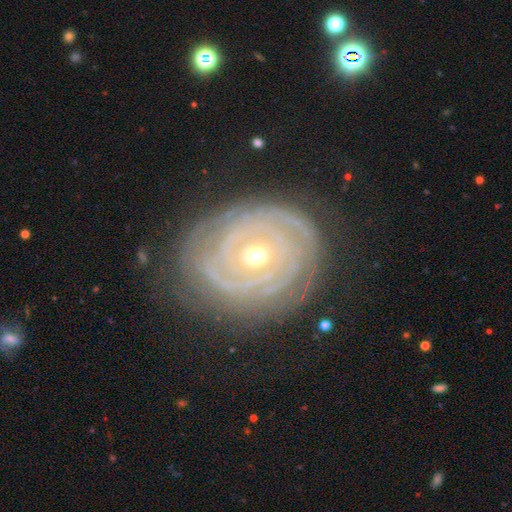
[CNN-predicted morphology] smooth-or-featured: featured or disk: 88% | smooth: 6% | star or artifact: 6%
  disk-edge-on: no: 97% | yes: 3%
    bar: no: 66% | weak: 22% | strong: 12%
    has-spiral-arms: yes: 96% | no: 4%
      spiral-winding: tight: 88% | medium: 10% | loose: 2%
      spiral-arm-count: 2: 27% | can't tell: 26% | 3: 19% | 4: 13% | more than 4: 9% | 1: 7%
    bulge-size: small: 56% | moderate: 41% | large: 1% | dominant: 1% | none: 1%
  merging: none: 79% | minor disturbance: 14% | major disturbance: 5% | merger: 1%